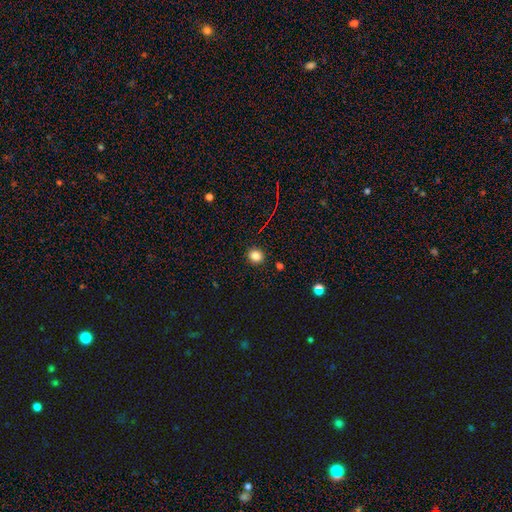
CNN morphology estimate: Q: Smooth or featured?
A: smooth (82%); runner-up: star or artifact (13%)
Q: How rounded?
A: round (75%); runner-up: in between (24%)
Q: Merging?
A: none (90%); runner-up: minor disturbance (6%)